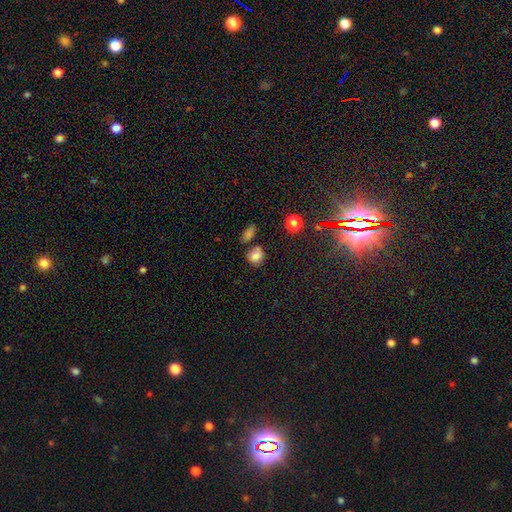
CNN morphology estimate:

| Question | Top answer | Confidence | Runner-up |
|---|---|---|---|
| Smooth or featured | smooth | 78% | star or artifact (14%) |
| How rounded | round | 73% | in between (25%) |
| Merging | none | 63% | minor disturbance (16%) |